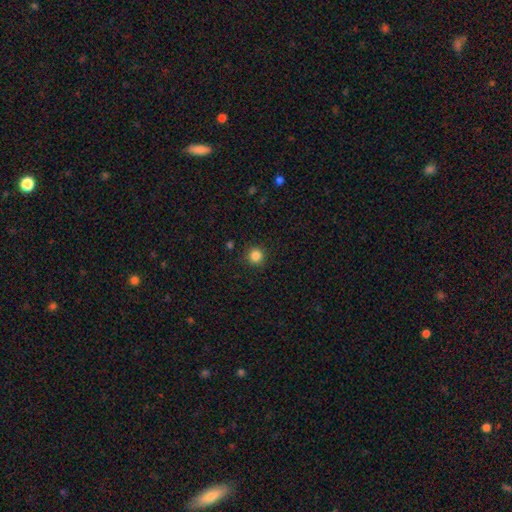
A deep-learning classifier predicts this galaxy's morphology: Smooth or featured? smooth (84%)
How rounded? round (95%)
Merging? none (91%)